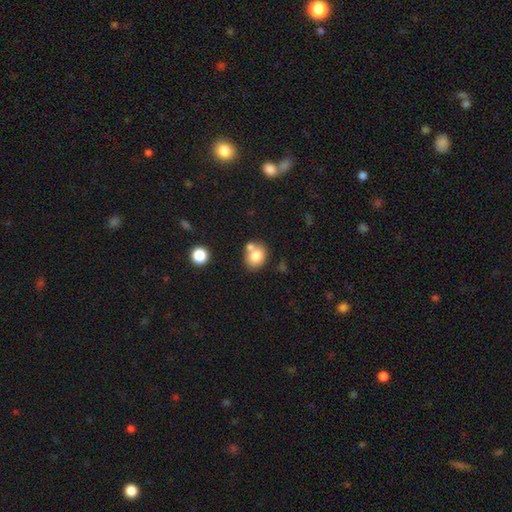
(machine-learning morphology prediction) The model was most divided on "how rounded": round: 60%, in between: 39%, cigar-shaped: 1%. More confident: smooth or featured — smooth (79%); merging — none (57%).